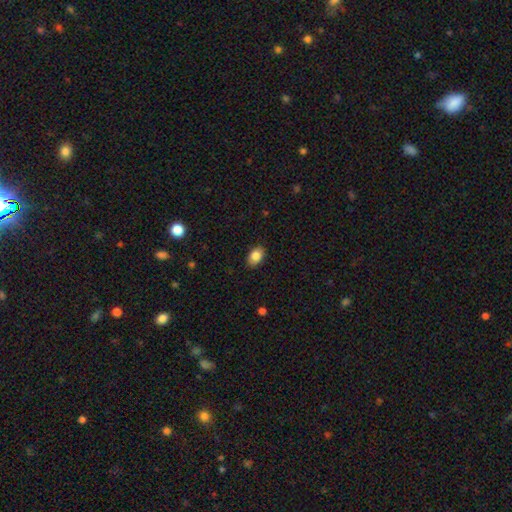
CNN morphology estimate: Q: Smooth or featured?
A: smooth (85%); runner-up: star or artifact (8%)
Q: How rounded?
A: in between (85%); runner-up: round (13%)
Q: Merging?
A: none (88%); runner-up: minor disturbance (10%)